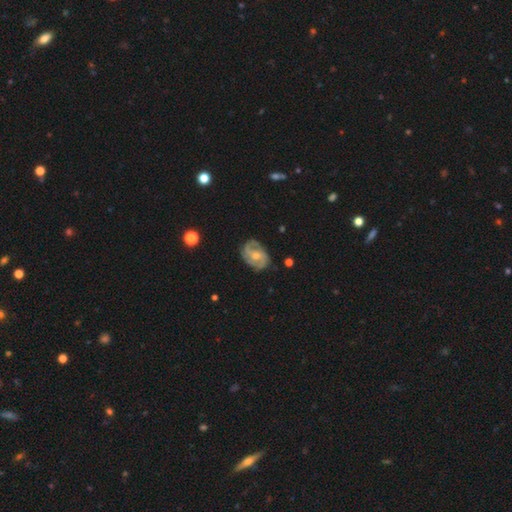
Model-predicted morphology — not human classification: smooth-or-featured: featured or disk: 81% | smooth: 14% | star or artifact: 5%
  disk-edge-on: no: 97% | yes: 3%
    bar: no: 54% | weak: 38% | strong: 9%
    has-spiral-arms: yes: 93% | no: 7%
      spiral-winding: medium: 45% | tight: 38% | loose: 17%
      spiral-arm-count: 2: 52% | 3: 22% | can't tell: 16% | 4: 4% | 1: 4% | more than 4: 3%
    bulge-size: moderate: 54% | small: 41% | large: 2% | none: 2% | dominant: 1%
  merging: none: 73% | minor disturbance: 19% | major disturbance: 6% | merger: 1%